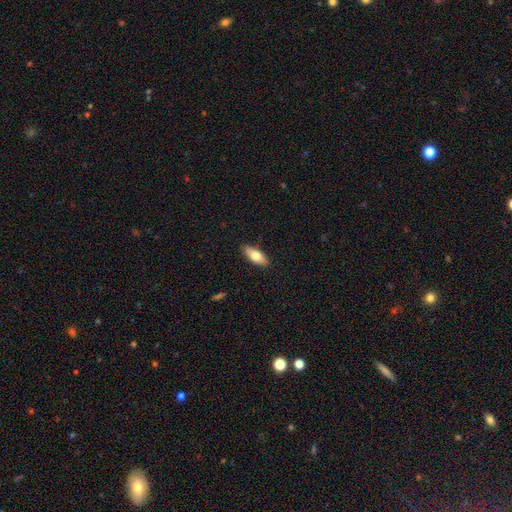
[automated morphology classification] type=smooth (71%); roundness=in between (75%); merging=none (89%).